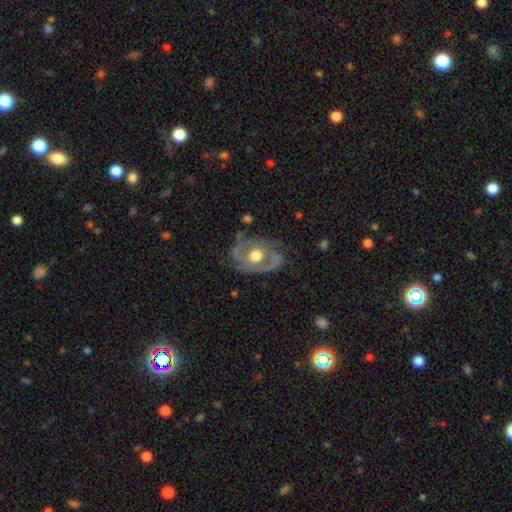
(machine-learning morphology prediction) smooth_or_featured: featured or disk (p=0.74) [alt: smooth p=0.20]
disk_edge_on: no (p=0.95) [alt: yes p=0.05]
bar: no (p=0.83) [alt: weak p=0.14]
has_spiral_arms: yes (p=0.64) [alt: no p=0.36]
bulge_size: moderate (p=0.60) [alt: large p=0.34]
merging: none (p=0.59) [alt: minor disturbance p=0.24]